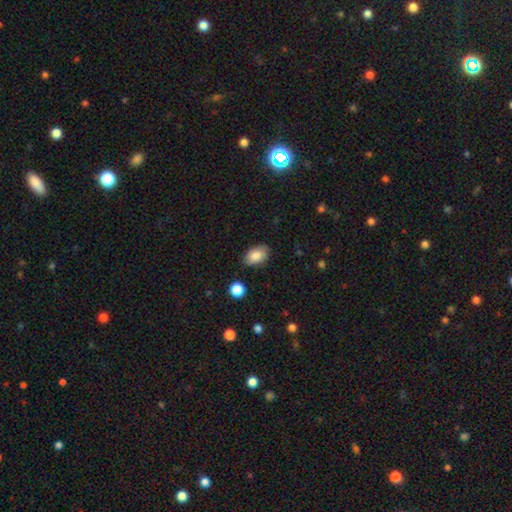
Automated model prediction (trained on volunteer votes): Smooth or featured? smooth (84%)
How rounded? in between (89%)
Merging? none (82%)